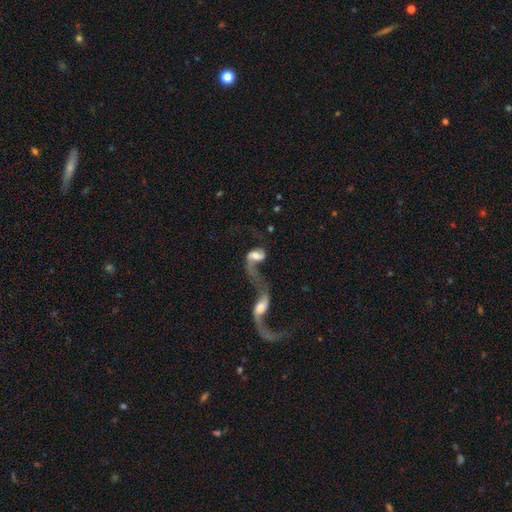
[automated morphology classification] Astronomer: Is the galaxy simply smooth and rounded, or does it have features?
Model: featured or disk — 68%.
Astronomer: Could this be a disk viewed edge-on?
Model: no — 94%.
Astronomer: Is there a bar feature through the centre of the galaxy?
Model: no — 44% (runner-up: weak, 40%).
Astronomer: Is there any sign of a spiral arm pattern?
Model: yes — 81%.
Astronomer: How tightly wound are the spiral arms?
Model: loose — 84%.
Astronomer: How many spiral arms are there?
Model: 2 — 68%.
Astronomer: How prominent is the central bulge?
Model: moderate — 44% (runner-up: large, 24%).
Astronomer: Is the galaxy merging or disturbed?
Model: merger — 75%.